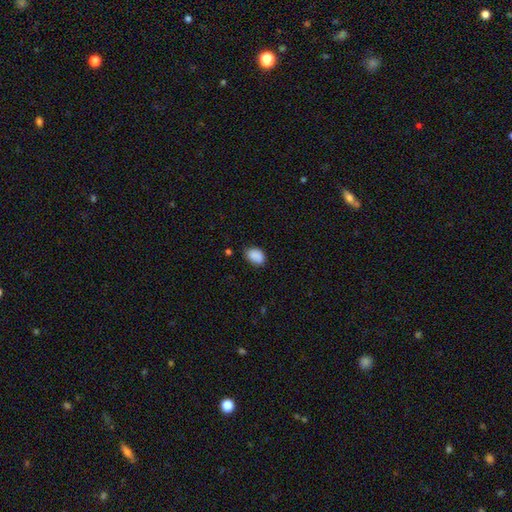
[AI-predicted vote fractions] Morphology: type=smooth (88%); roundness=in between (80%); merging=none (72%).